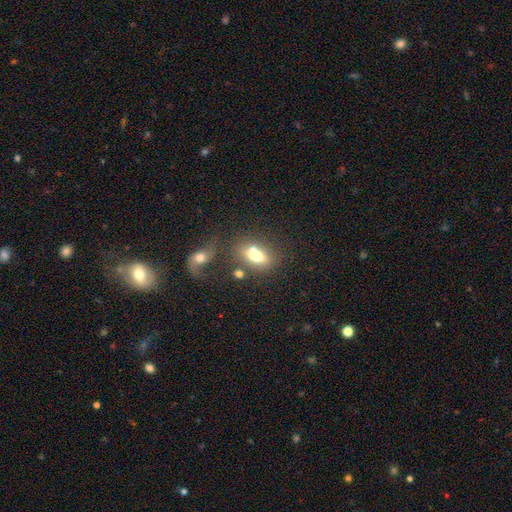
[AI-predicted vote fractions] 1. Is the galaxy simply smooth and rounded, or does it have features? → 67% smooth, 23% featured or disk, 10% star or artifact.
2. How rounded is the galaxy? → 75% in between, 20% round, 5% cigar-shaped.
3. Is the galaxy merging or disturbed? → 47% none, 31% merger, 13% minor disturbance, 8% major disturbance.